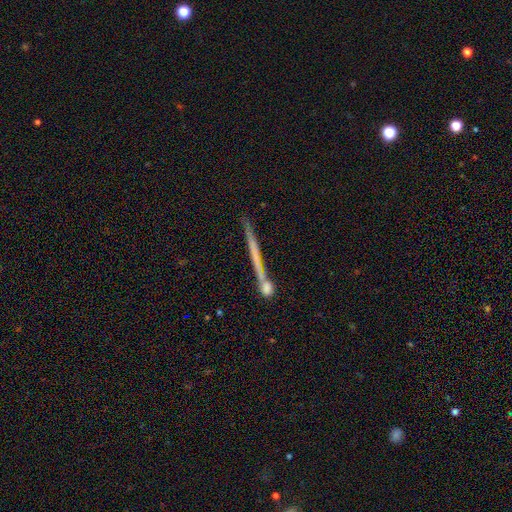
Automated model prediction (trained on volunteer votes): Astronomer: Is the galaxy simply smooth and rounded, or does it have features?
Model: featured or disk — 54% (runner-up: smooth, 38%).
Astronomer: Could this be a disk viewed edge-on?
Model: yes — 94%.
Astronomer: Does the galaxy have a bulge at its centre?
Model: none — 81%.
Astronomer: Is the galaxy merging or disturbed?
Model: none — 66%.